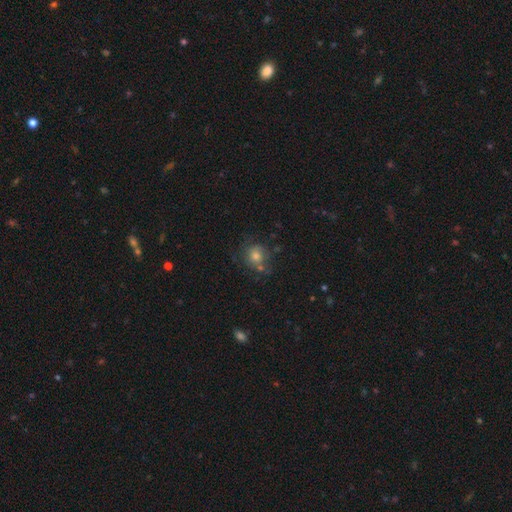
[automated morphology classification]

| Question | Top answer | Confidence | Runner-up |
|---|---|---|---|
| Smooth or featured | smooth | 65% | featured or disk (18%) |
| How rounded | round | 81% | in between (18%) |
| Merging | none | 63% | minor disturbance (19%) |